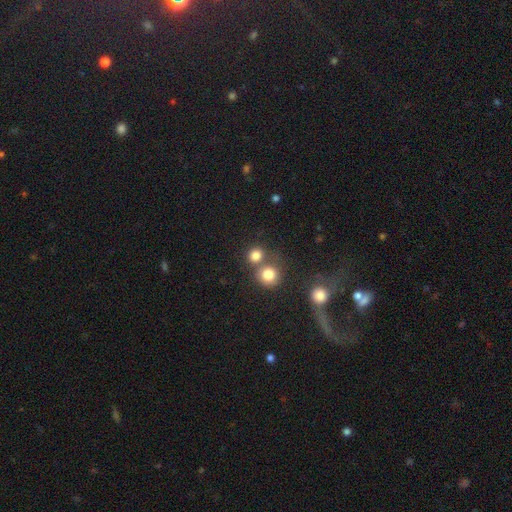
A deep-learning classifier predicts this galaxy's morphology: The model was most divided on "merging": none: 57%, merger: 31%, minor disturbance: 8%, major disturbance: 4%. More confident: how rounded — round (84%); smooth or featured — smooth (79%).